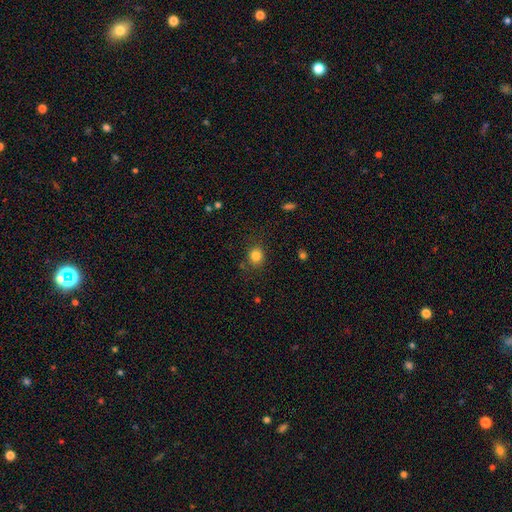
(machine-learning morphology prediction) smooth_or_featured: smooth (p=0.83) [alt: star or artifact p=0.12]
how_rounded: round (p=0.78) [alt: in between p=0.21]
merging: none (p=0.81) [alt: minor disturbance p=0.12]